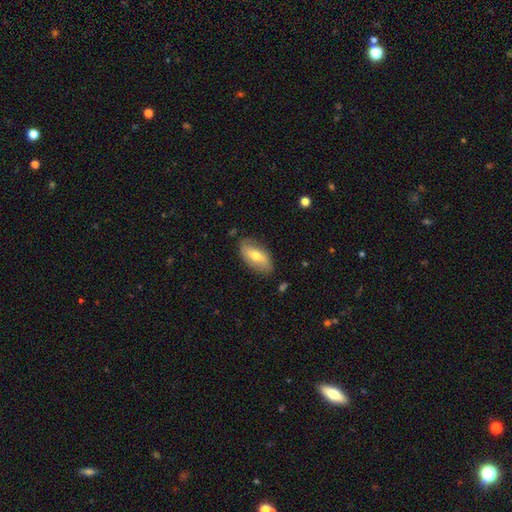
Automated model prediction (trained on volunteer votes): Smooth or featured? Predicted: smooth (p=0.59). How rounded? Predicted: in between (p=0.89). Merging? Predicted: none (p=0.79).